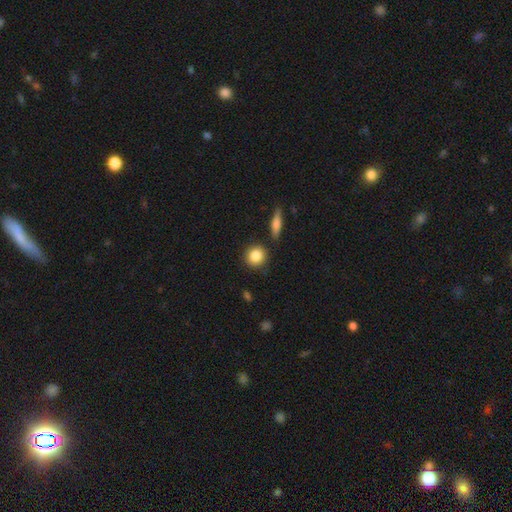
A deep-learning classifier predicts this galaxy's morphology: A smooth galaxy with no disk features (86%) that is round (85%). Merging: none (84%).